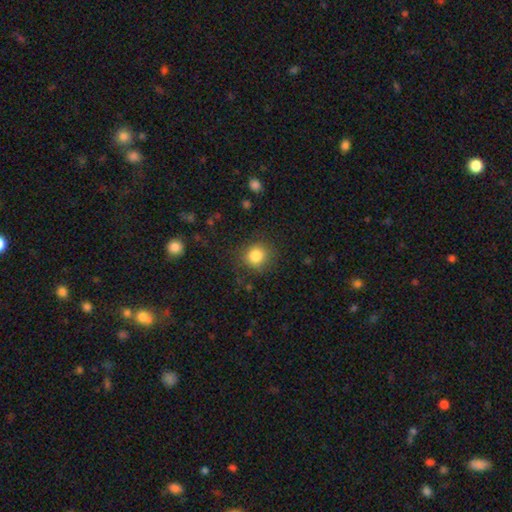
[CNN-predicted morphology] Smooth or featured? smooth (84%)
How rounded? round (89%)
Merging? none (85%)